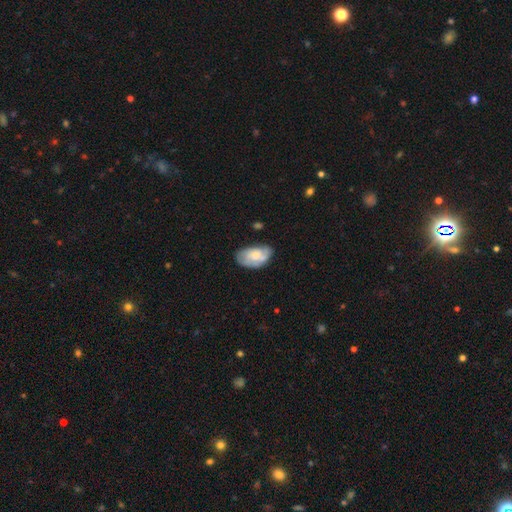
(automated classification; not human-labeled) This is possibly a smooth galaxy (51%). How rounded: clearly in between (92%). Merging: possibly none (59%).